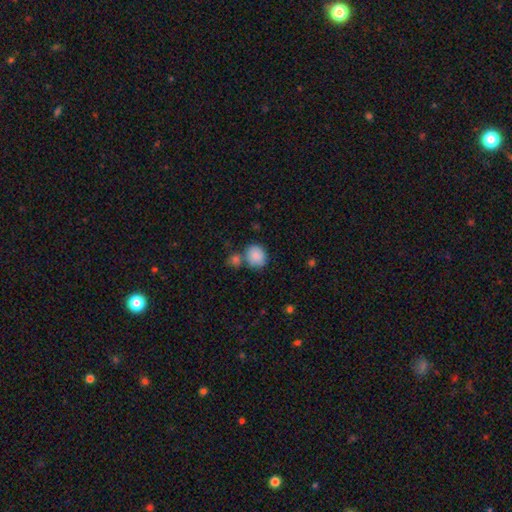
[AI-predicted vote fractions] A smooth galaxy with no disk features (85%) that is round (70%).

Vote fractions:
- Smooth or featured? smooth: 85% / star or artifact: 8% / featured or disk: 7%
- How rounded? round: 70% / in between: 29% / cigar-shaped: 1%
- Merging? none: 57% / merger: 26% / minor disturbance: 13% / major disturbance: 4%